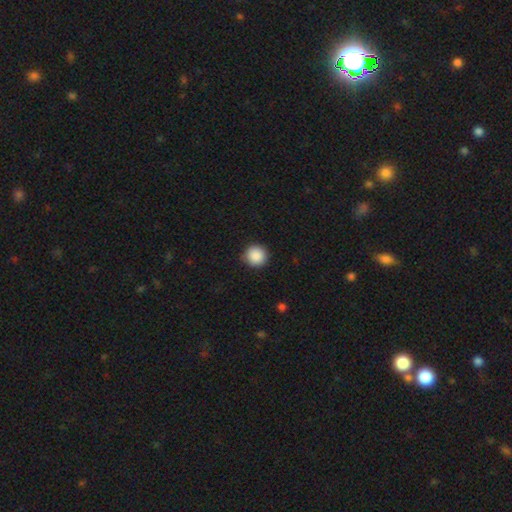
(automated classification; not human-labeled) Overall: smooth (89%). How rounded: round (95%). Merging: none (88%).